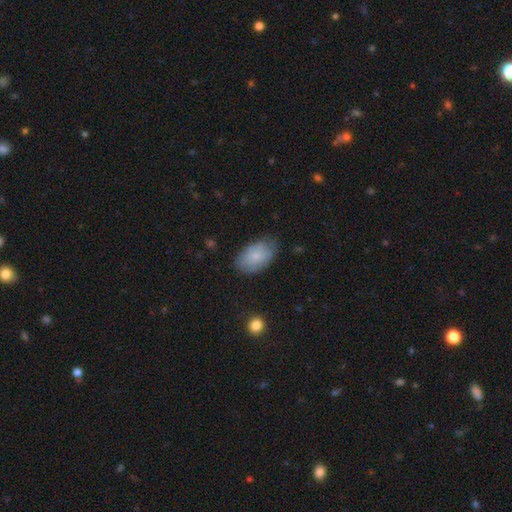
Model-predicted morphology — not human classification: type=smooth (81%); roundness=in between (93%); merging=none (72%).